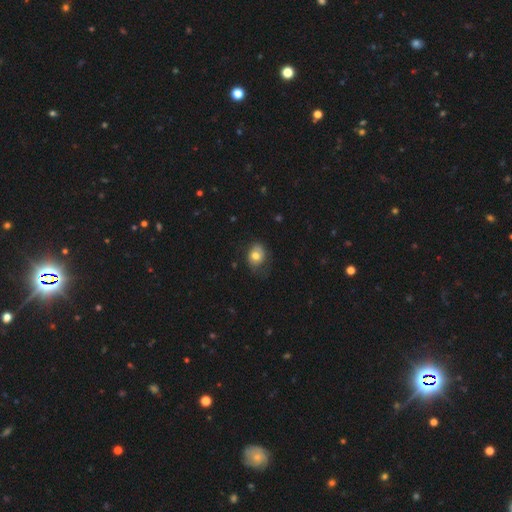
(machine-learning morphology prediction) A smooth galaxy with no disk features (71%) that is in between round and cigar-shaped (59%). Merging: none (60%).